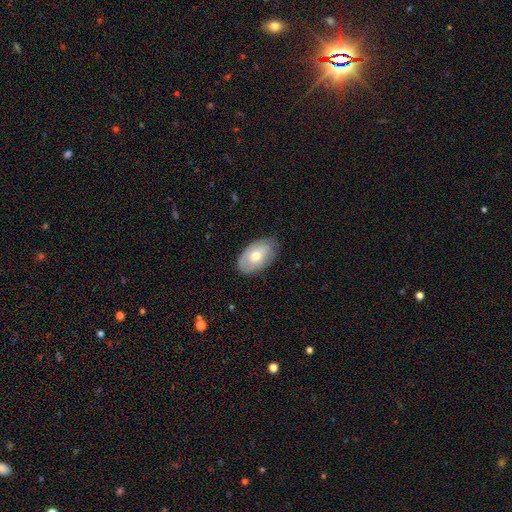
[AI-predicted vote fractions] Q: Smooth or featured?
A: smooth (62%); runner-up: featured or disk (32%)
Q: How rounded?
A: in between (92%); runner-up: round (6%)
Q: Merging?
A: none (80%); runner-up: minor disturbance (16%)